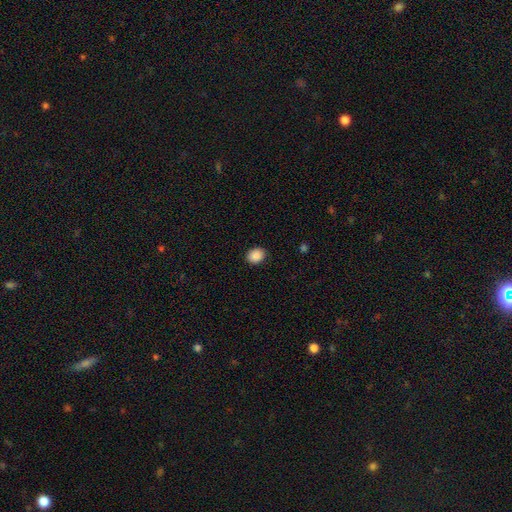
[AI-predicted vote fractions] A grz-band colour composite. It shows a smooth galaxy with no disk features (89%) that is round (51%). Merging: none (89%).